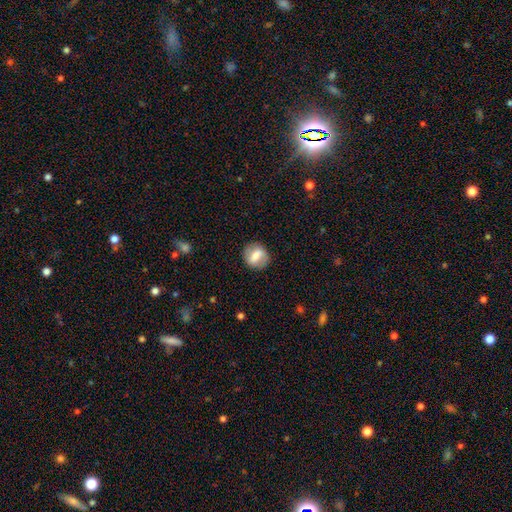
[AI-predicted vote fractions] Smooth or featured? Predicted: smooth (p=0.56). How rounded? Predicted: round (p=0.67). Merging? Predicted: none (p=0.84).